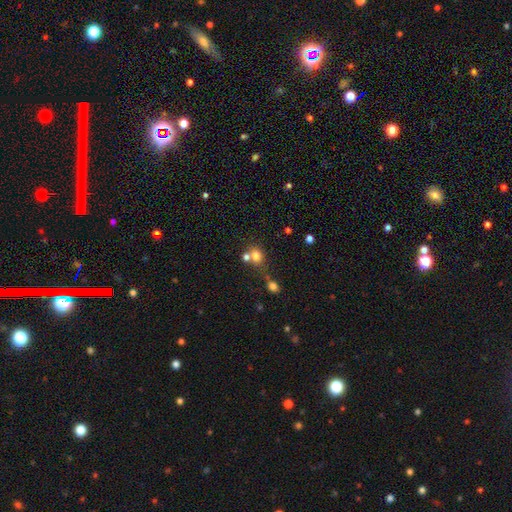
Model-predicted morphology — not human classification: A smooth galaxy with no disk features (75%) that is round (67%). Merging: none (45%).